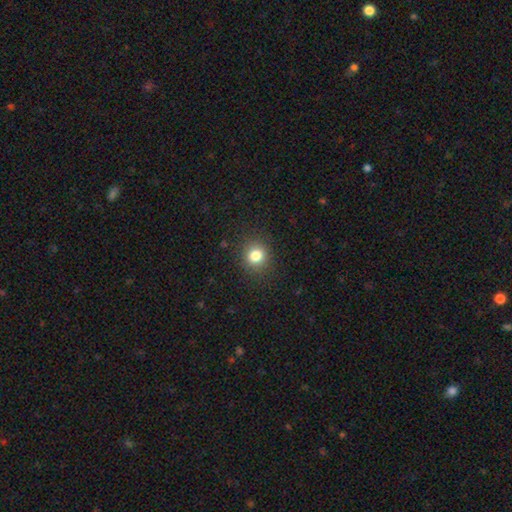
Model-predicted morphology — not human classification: type=smooth (81%); roundness=round (84%); merging=none (88%).